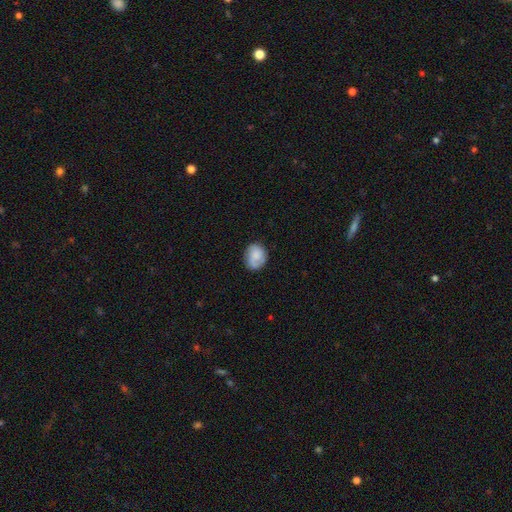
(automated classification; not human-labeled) A smooth galaxy with no disk features (70%) that is round (60%).

Vote fractions:
- Smooth or featured? smooth: 70% / featured or disk: 23% / star or artifact: 8%
- How rounded? round: 60% / in between: 39% / cigar-shaped: 1%
- Merging? none: 71% / minor disturbance: 21% / major disturbance: 6% / merger: 2%